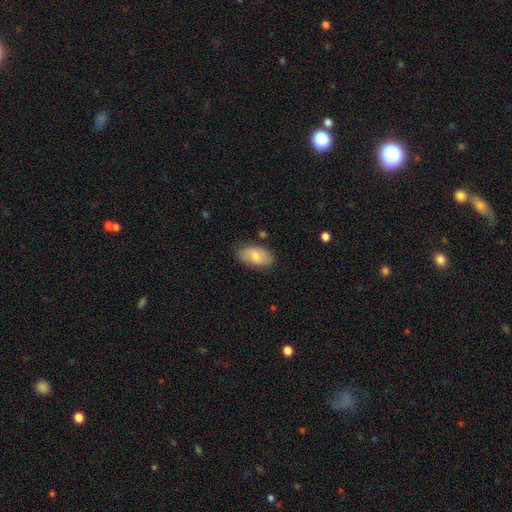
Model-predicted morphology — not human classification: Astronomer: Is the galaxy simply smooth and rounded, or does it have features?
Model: smooth — 66%.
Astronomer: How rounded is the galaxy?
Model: in between — 93%.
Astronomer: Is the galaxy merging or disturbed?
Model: none — 79%.